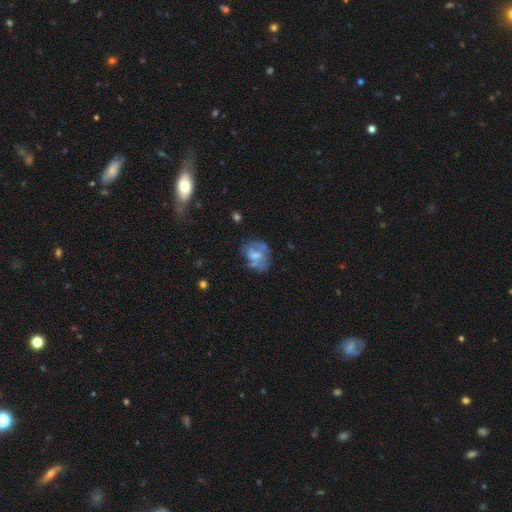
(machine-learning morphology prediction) type=featured or disk (48%); merging=none (45%).